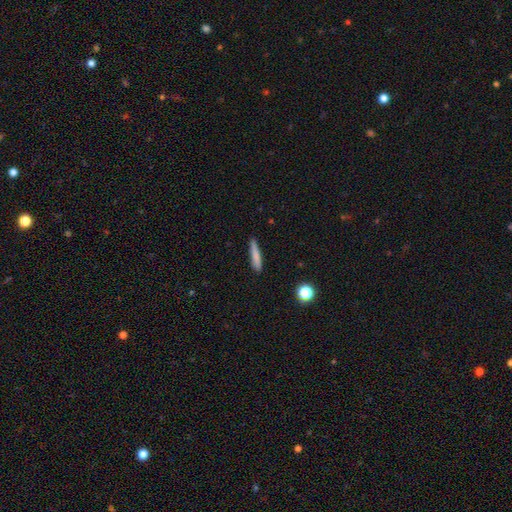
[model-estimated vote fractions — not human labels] This is likely a smooth galaxy (79%). How rounded: clearly cigar-shaped (91%). Merging: clearly none (84%).